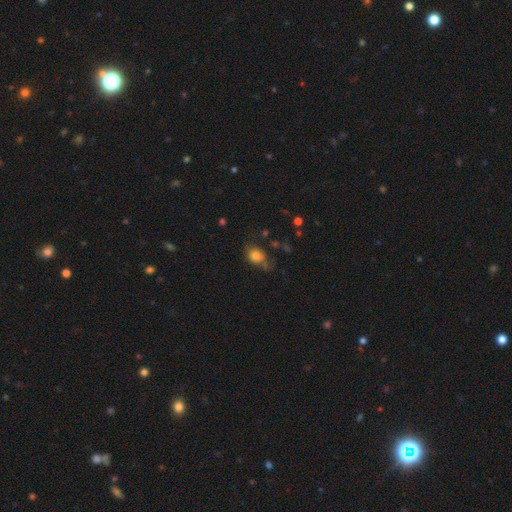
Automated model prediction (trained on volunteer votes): smooth-or-featured: smooth: 77% | star or artifact: 12% | featured or disk: 11%
  how-rounded: round: 60% | in between: 39% | cigar-shaped: 1%
  merging: none: 49% | minor disturbance: 27% | major disturbance: 17% | merger: 7%